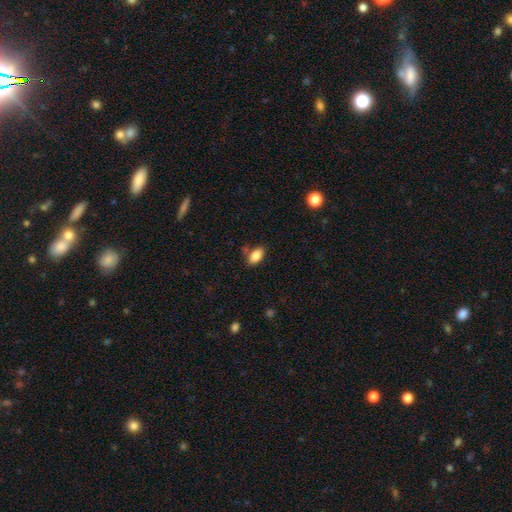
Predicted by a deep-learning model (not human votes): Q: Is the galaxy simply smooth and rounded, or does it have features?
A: smooth — 85%.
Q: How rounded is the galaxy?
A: in between — 92%.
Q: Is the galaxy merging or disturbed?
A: none — 75%.